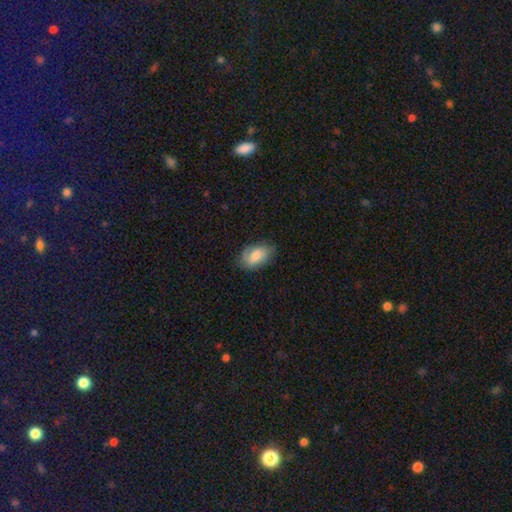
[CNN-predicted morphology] A smooth galaxy with no disk features (73%) that is in between round and cigar-shaped (90%).

Vote fractions:
- Smooth or featured? smooth: 73% / featured or disk: 20% / star or artifact: 7%
- How rounded? in between: 90% / round: 8% / cigar-shaped: 2%
- Merging? none: 71% / minor disturbance: 22% / major disturbance: 6% / merger: 1%